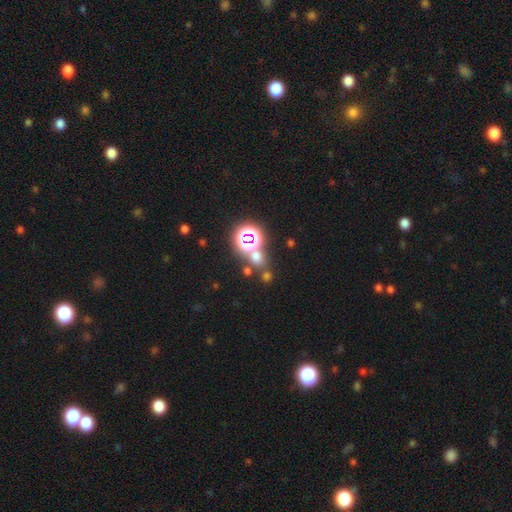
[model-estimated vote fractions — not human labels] smooth_or_featured: smooth (p=0.52) [alt: star or artifact p=0.41]
how_rounded: round (p=0.82) [alt: in between p=0.17]
merging: none (p=0.69) [alt: merger p=0.20]